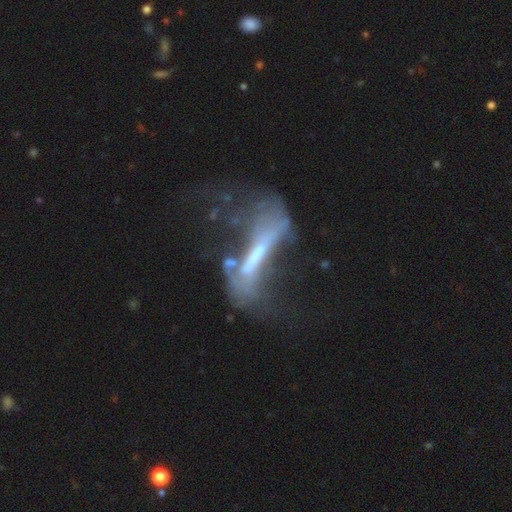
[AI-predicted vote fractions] Smooth or featured? featured or disk (67%)
Edge-on disk? no (66%)
Merging? major disturbance (43%)